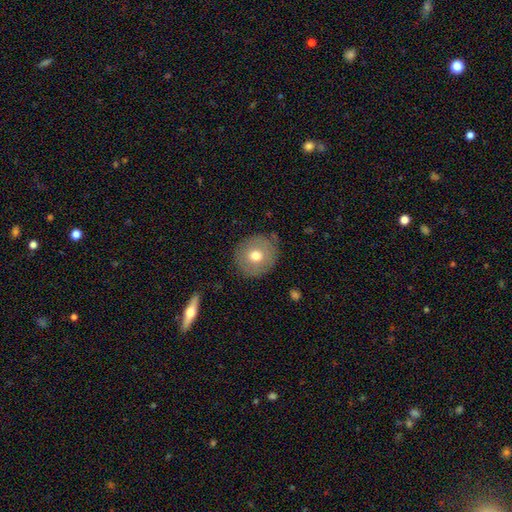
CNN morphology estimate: Overall: smooth (67%). How rounded: round (89%). Merging: none (84%).